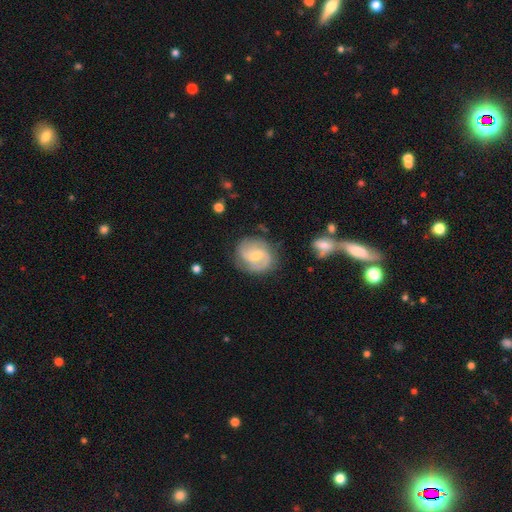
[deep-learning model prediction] A featured or disk galaxy (74%) with a weak bar (58%), 2 (80%) medium (49%) spiral arms (92%) and a small central bulge (48%). Merging: none (73%).